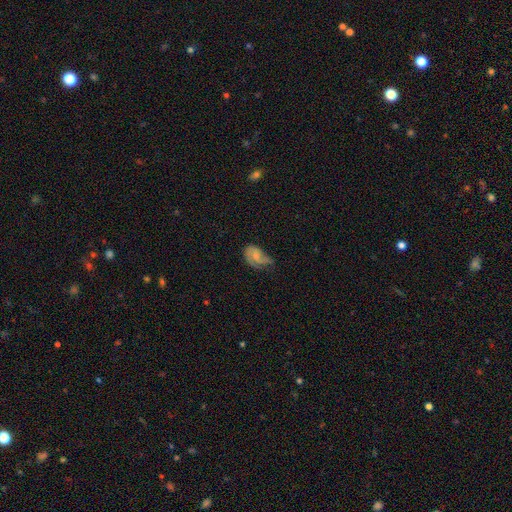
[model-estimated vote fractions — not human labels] A smooth galaxy with no disk features (48%). Merging: minor disturbance (36%).